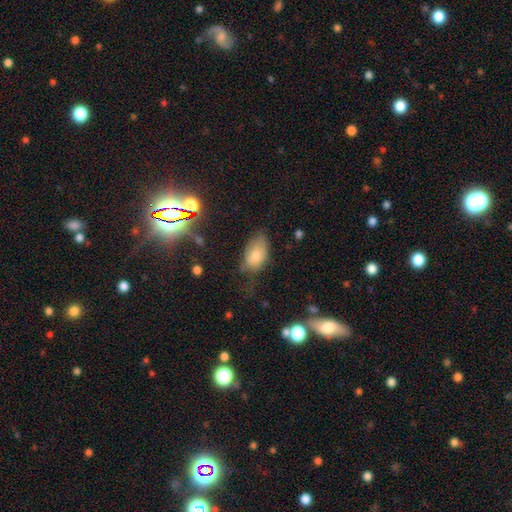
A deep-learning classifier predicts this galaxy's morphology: This is likely a smooth galaxy (73%). How rounded: clearly in between (91%). Merging: marginally none (45%).